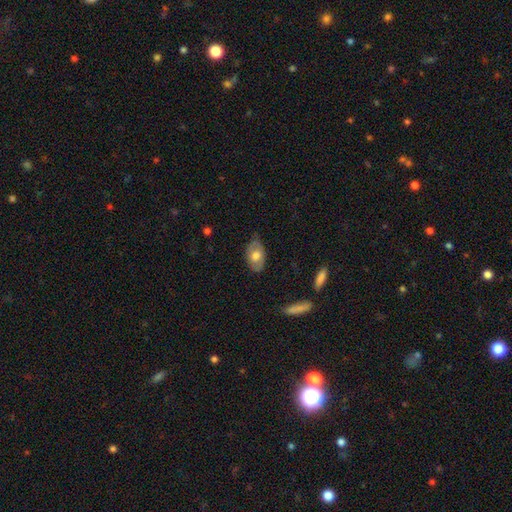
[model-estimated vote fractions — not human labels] A smooth galaxy with no disk features (64%) that is in between round and cigar-shaped (90%).

Vote fractions:
- Smooth or featured? smooth: 64% / featured or disk: 30% / star or artifact: 6%
- How rounded? in between: 90% / round: 8% / cigar-shaped: 2%
- Merging? none: 75% / minor disturbance: 20% / major disturbance: 4% / merger: 1%